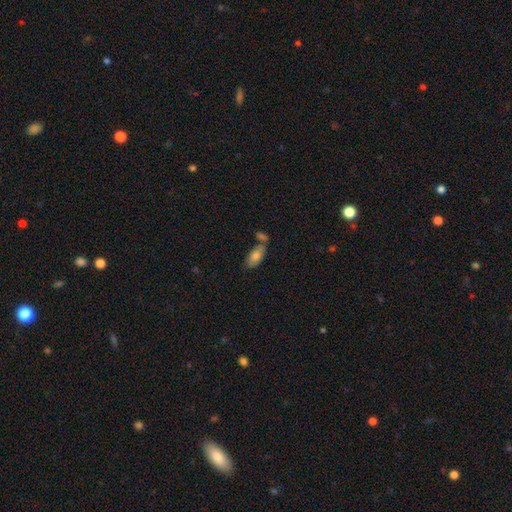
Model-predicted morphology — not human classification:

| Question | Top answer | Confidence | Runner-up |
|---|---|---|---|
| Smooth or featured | smooth | 73% | featured or disk (19%) |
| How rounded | in between | 90% | cigar-shaped (6%) |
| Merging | none | 53% | merger (29%) |